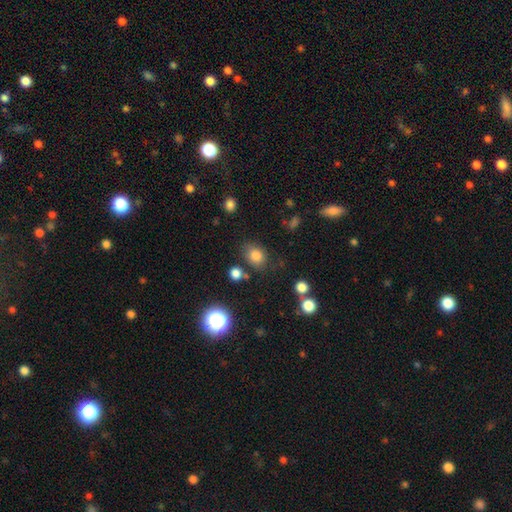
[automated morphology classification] Overall: smooth (80%). How rounded: in between (51%; round 48%). Merging: none (73%).